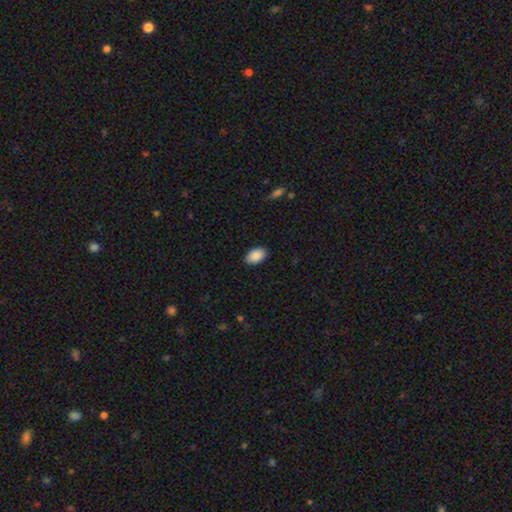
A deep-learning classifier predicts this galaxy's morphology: Smooth or featured? smooth (90%)
How rounded? in between (93%)
Merging? none (89%)